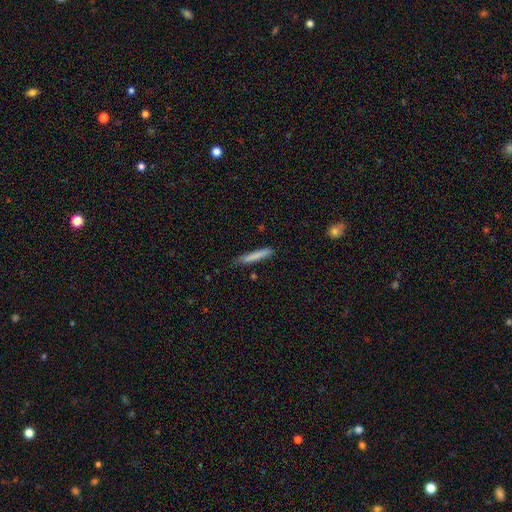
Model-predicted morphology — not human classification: Smooth or featured: smooth — 80% (featured or disk — 14%)
How rounded: cigar-shaped — 93% (in between — 5%)
Merging: none — 77% (minor disturbance — 18%)